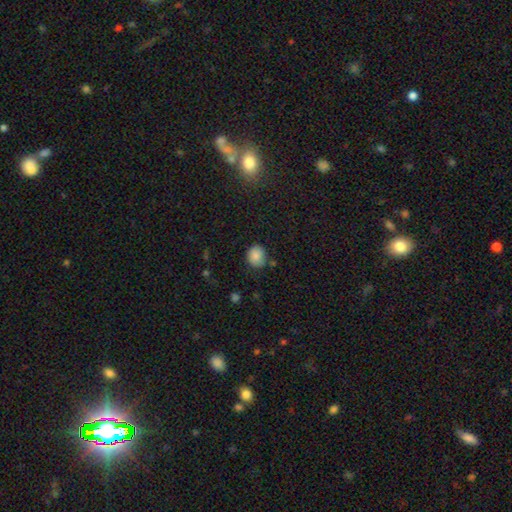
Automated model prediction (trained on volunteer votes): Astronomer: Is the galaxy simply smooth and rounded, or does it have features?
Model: smooth — 85%.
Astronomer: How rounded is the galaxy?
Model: round — 65%.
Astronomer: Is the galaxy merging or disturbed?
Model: none — 75%.